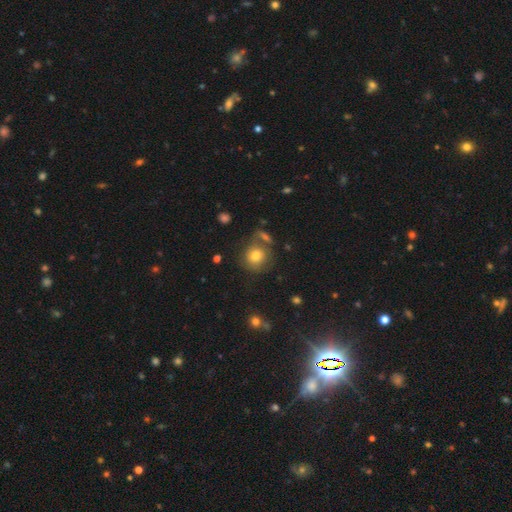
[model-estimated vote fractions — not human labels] smooth-or-featured: smooth: 75% | featured or disk: 15% | star or artifact: 10%
  how-rounded: round: 85% | in between: 14% | cigar-shaped: 1%
  merging: none: 62% | merger: 16% | minor disturbance: 15% | major disturbance: 7%